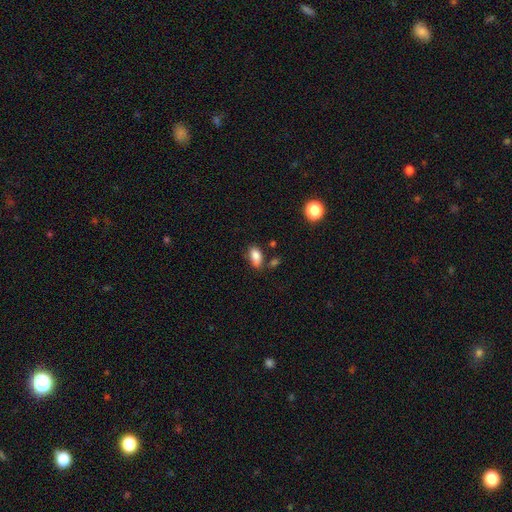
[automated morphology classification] A smooth galaxy with no disk features (85%) that is in between round and cigar-shaped (90%).

Vote fractions:
- Smooth or featured? smooth: 85% / star or artifact: 9% / featured or disk: 7%
- How rounded? in between: 90% / round: 6% / cigar-shaped: 4%
- Merging? none: 66% / minor disturbance: 21% / merger: 8% / major disturbance: 5%